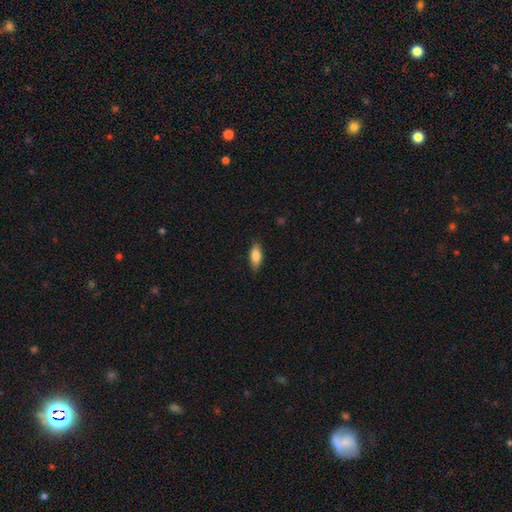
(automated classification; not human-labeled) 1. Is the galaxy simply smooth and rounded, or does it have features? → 82% smooth, 11% featured or disk, 7% star or artifact.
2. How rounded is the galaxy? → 80% in between, 18% cigar-shaped, 3% round.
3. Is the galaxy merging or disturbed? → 83% none, 14% minor disturbance, 2% major disturbance, 1% merger.